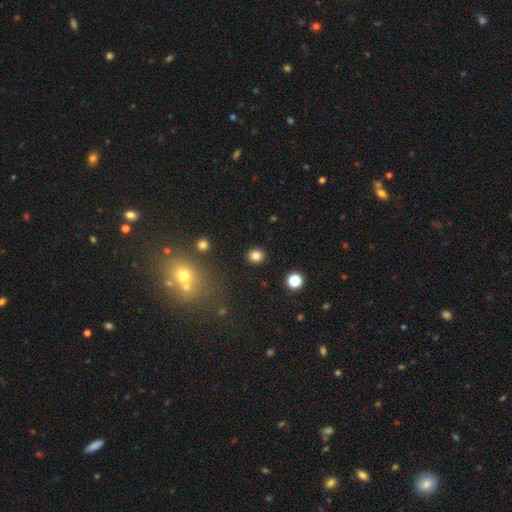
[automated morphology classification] A smooth galaxy with no disk features (83%) that is round (83%). Merging: none (90%).